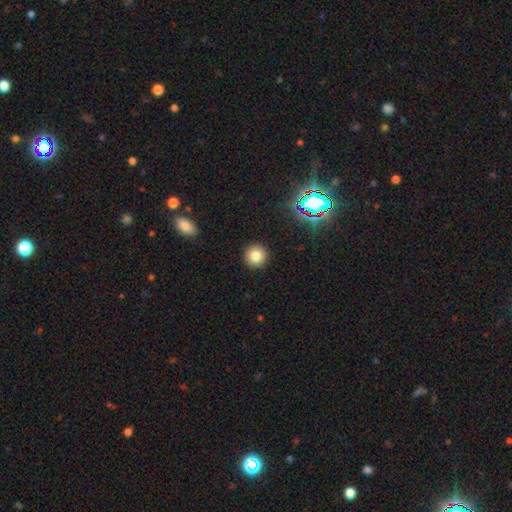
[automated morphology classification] smooth 79%, star or artifact 13%, featured or disk 7%. Down the decision tree: how rounded — round (95%); merging — none (92%).